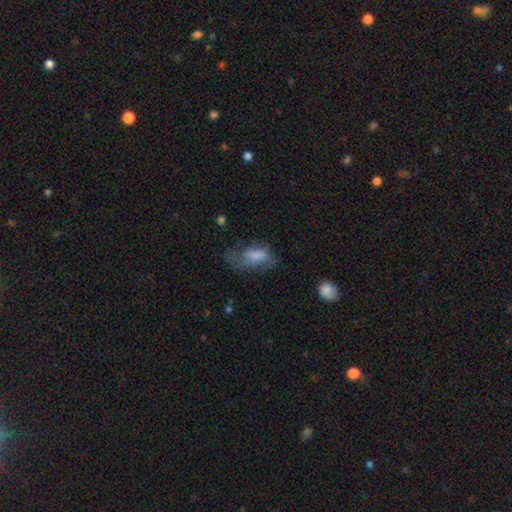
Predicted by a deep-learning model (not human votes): Morphology: type=smooth (66%); roundness=in between (89%); merging=major disturbance (40%).